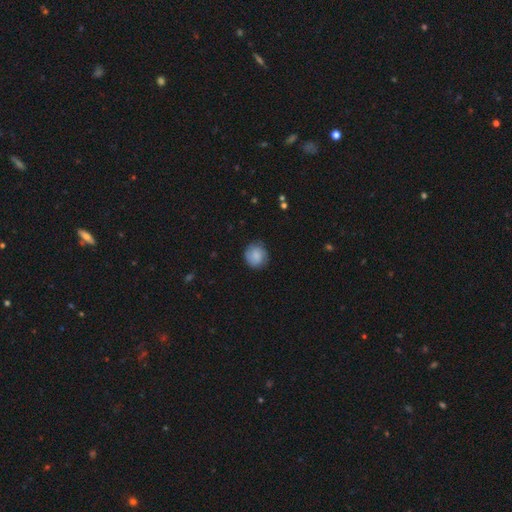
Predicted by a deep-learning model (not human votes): Q: Smooth or featured?
A: smooth (76%); runner-up: featured or disk (16%)
Q: How rounded?
A: round (84%); runner-up: in between (15%)
Q: Merging?
A: none (79%); runner-up: minor disturbance (16%)